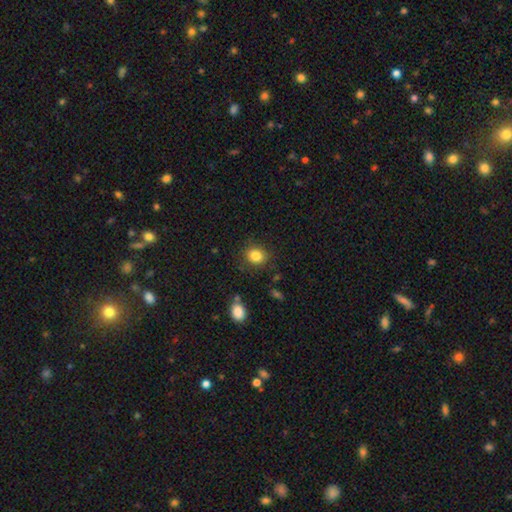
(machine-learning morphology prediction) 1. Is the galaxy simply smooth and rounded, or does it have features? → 84% smooth, 10% star or artifact, 6% featured or disk.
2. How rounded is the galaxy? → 70% round, 29% in between, 1% cigar-shaped.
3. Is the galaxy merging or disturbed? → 85% none, 10% minor disturbance, 3% major disturbance, 2% merger.